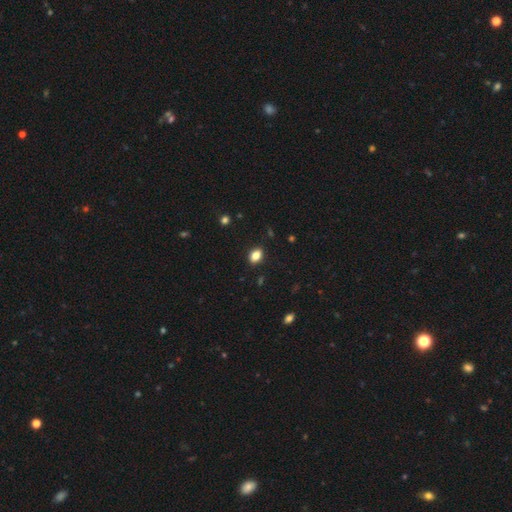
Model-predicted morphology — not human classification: A smooth galaxy with no disk features (83%) that is in between round and cigar-shaped (72%). Merging: none (89%).